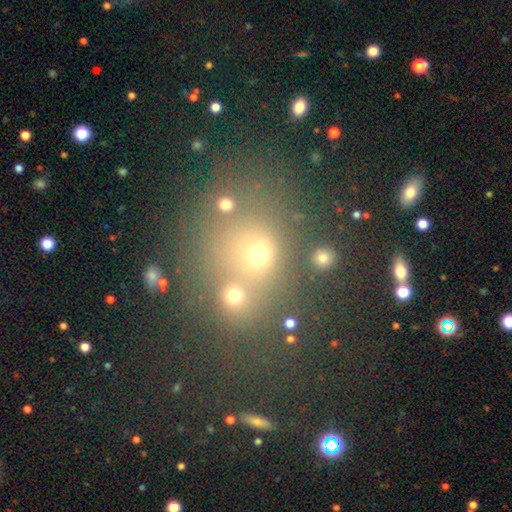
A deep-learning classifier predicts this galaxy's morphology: Q: Smooth or featured?
A: smooth (59%); runner-up: star or artifact (28%)
Q: How rounded?
A: round (73%); runner-up: in between (26%)
Q: Merging?
A: none (48%); runner-up: merger (34%)